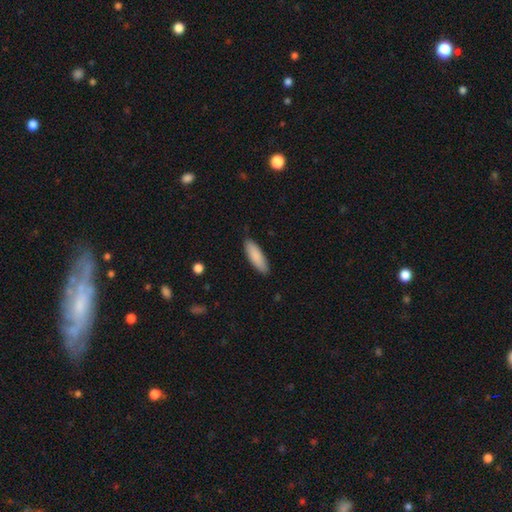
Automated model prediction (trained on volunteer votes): Overall: smooth (88%). How rounded: in between (50%; cigar-shaped 48%). Merging: none (87%).